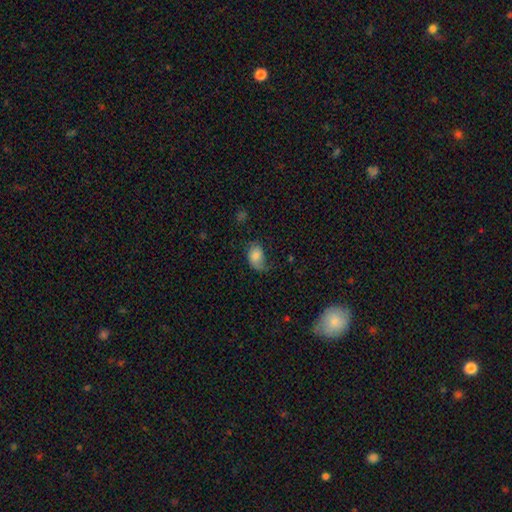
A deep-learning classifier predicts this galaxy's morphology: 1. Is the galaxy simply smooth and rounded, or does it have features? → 75% smooth, 17% featured or disk, 8% star or artifact.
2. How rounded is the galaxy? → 84% in between, 15% round, 1% cigar-shaped.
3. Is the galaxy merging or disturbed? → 47% none, 34% minor disturbance, 17% major disturbance, 2% merger.